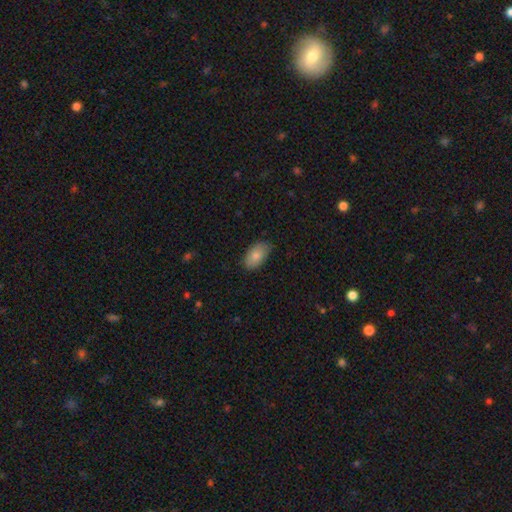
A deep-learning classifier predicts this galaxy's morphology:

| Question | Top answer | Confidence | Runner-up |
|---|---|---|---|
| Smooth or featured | smooth | 81% | featured or disk (12%) |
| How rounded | in between | 93% | round (5%) |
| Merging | none | 78% | minor disturbance (18%) |